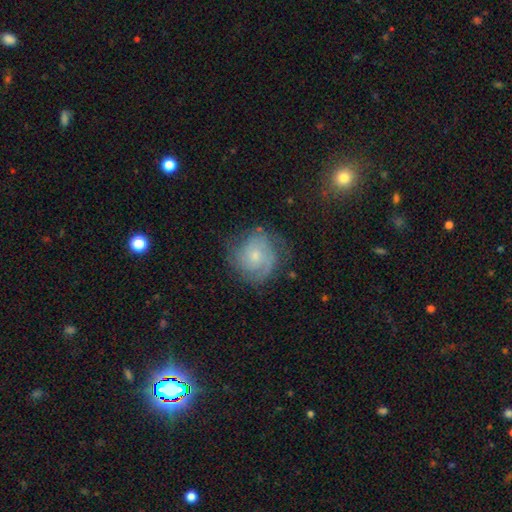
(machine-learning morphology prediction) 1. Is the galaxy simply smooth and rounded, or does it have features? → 67% featured or disk, 25% smooth, 7% star or artifact.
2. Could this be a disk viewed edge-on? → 98% no, 2% yes.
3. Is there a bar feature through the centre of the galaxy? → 76% no, 21% weak, 3% strong.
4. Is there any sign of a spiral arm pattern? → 90% yes, 10% no.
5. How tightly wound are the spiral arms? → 56% tight, 33% medium, 11% loose.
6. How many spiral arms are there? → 34% can't tell, 28% 2, 20% 3, 7% 4, 6% 1, 5% more than 4.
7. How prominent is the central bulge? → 62% small, 31% moderate, 4% none, 2% large, 1% dominant.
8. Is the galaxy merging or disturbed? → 68% none, 21% minor disturbance, 10% major disturbance, 2% merger.